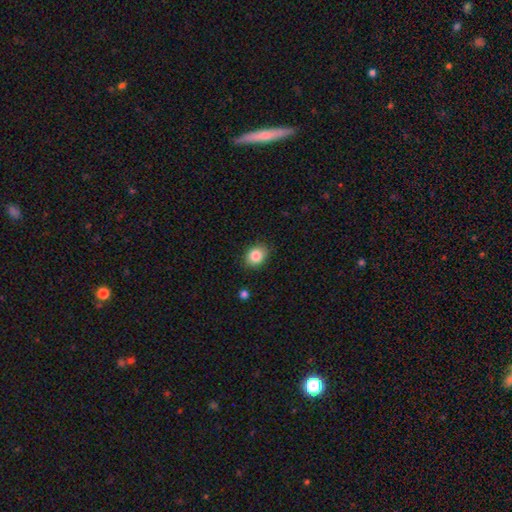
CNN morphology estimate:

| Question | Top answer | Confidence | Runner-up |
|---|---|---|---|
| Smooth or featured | smooth | 85% | star or artifact (9%) |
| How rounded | round | 51% | in between (48%) |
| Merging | none | 86% | minor disturbance (11%) |